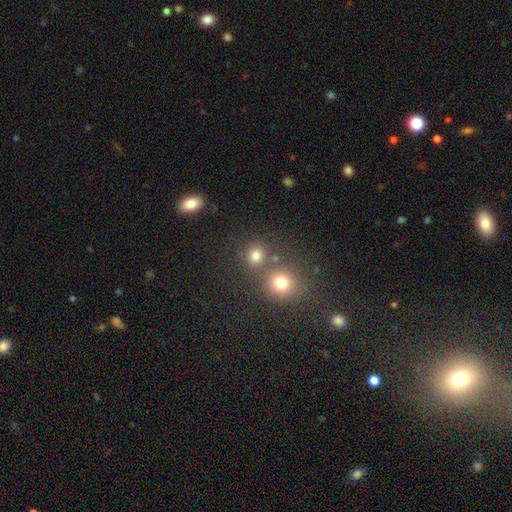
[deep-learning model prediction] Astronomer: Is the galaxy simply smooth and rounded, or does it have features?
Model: smooth — 77%.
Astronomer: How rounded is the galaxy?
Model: round — 87%.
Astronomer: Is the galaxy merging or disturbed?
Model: none — 69%.